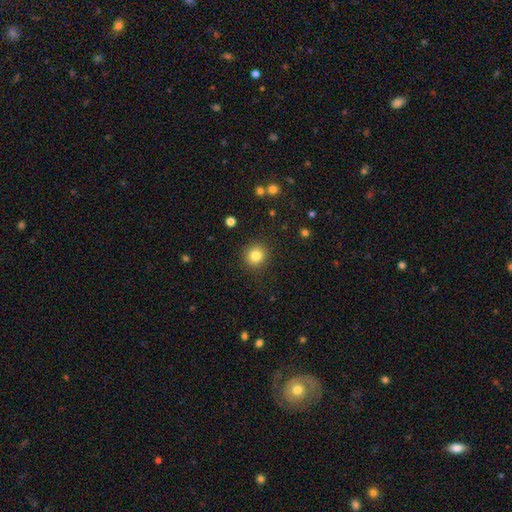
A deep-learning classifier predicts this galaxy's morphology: smooth_or_featured: smooth (p=0.82) [alt: star or artifact p=0.12]
how_rounded: round (p=0.91) [alt: in between p=0.08]
merging: none (p=0.90) [alt: minor disturbance p=0.07]